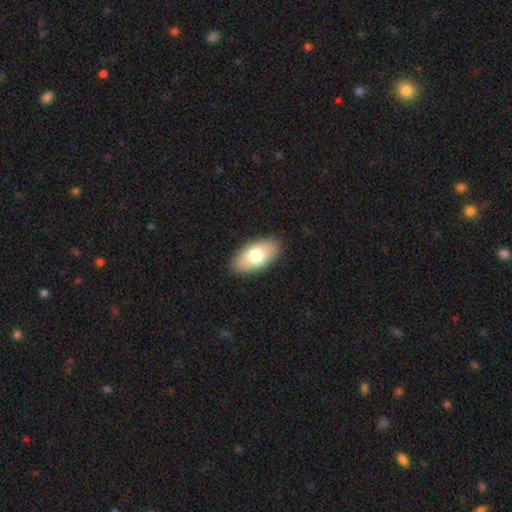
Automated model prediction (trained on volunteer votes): Morphology: type=smooth (74%); roundness=in between (93%); merging=none (89%).